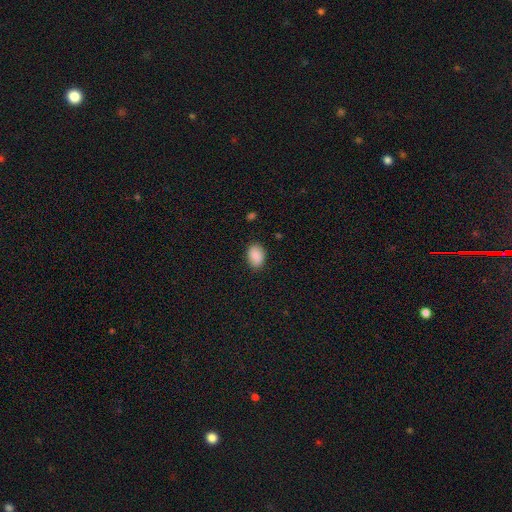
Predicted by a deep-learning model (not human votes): A smooth galaxy with no disk features (89%) that is in between round and cigar-shaped (78%).

Vote fractions:
- Smooth or featured? smooth: 89% / star or artifact: 7% / featured or disk: 4%
- How rounded? in between: 78% / round: 20% / cigar-shaped: 1%
- Merging? none: 84% / minor disturbance: 12% / major disturbance: 3% / merger: 1%